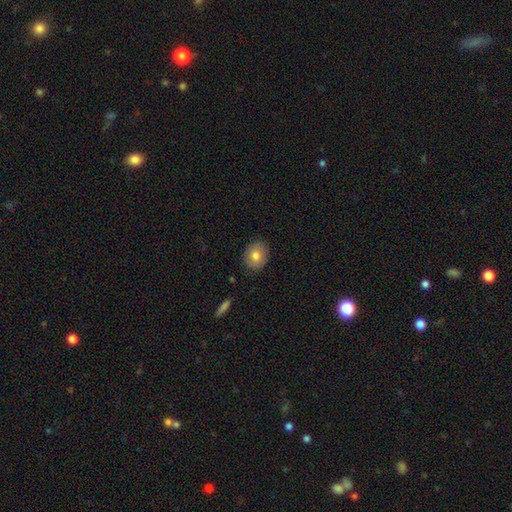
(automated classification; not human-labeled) smooth-or-featured: smooth: 78% | featured or disk: 14% | star or artifact: 8%
  how-rounded: round: 54% | in between: 45% | cigar-shaped: 1%
  merging: none: 87% | minor disturbance: 10% | major disturbance: 2% | merger: 1%